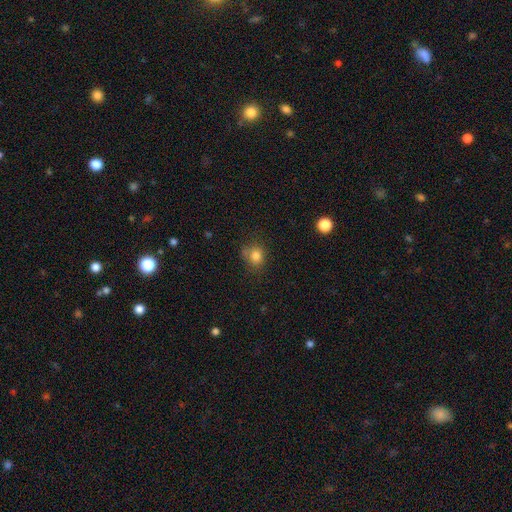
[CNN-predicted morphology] Smooth or featured? Predicted: smooth (p=0.82). How rounded? Predicted: round (p=0.73). Merging? Predicted: none (p=0.66).